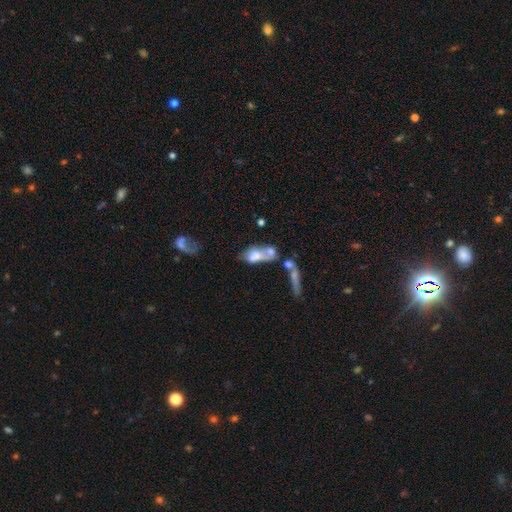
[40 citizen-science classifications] Smooth or featured? 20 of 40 (50%) said smooth. How rounded? 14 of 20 (70%) said in between. Merging? 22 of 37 (59%) said merger.